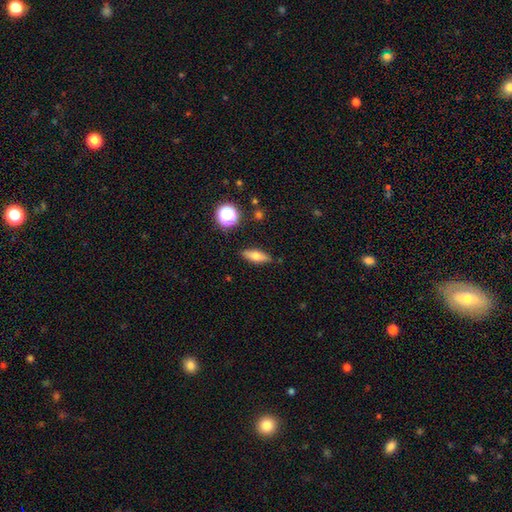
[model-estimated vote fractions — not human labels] This appears to be a smooth galaxy with no disk features (64%) that is in between round and cigar-shaped (57%). Merging: none (86%).